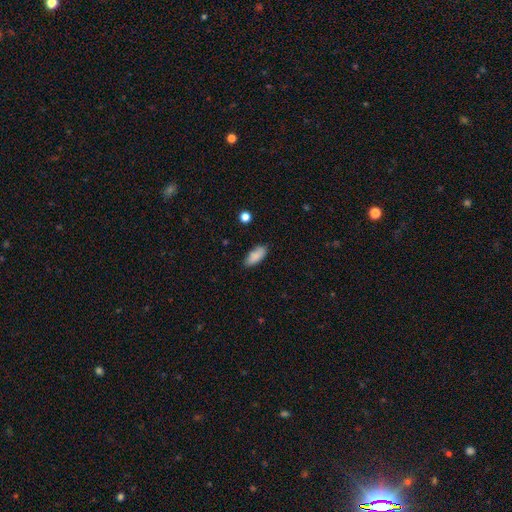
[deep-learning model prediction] Smooth or featured? smooth (87%)
How rounded? in between (81%)
Merging? none (83%)